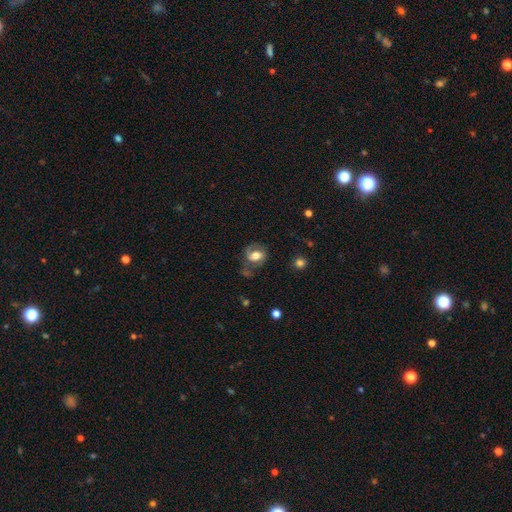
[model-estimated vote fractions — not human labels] This appears to be a smooth galaxy with no disk features (54%) that is in between round and cigar-shaped (52%). Merging: none (51%).